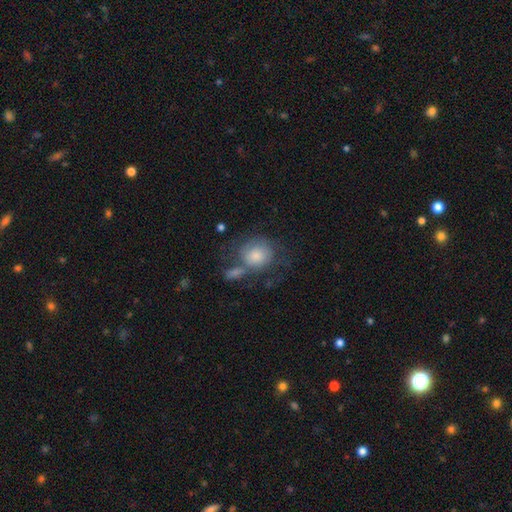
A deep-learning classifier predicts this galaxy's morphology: Smooth or featured? Predicted: smooth (p=0.57). How rounded? Predicted: round (p=0.77). Merging? Predicted: none (p=0.41).